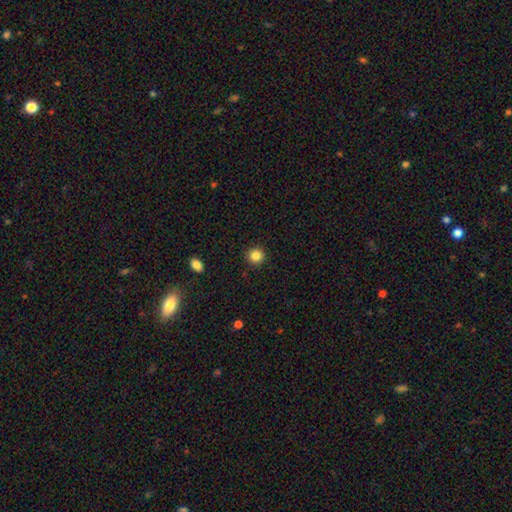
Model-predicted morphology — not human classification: A smooth galaxy with no disk features (85%) that is round (95%). Merging: none (92%).